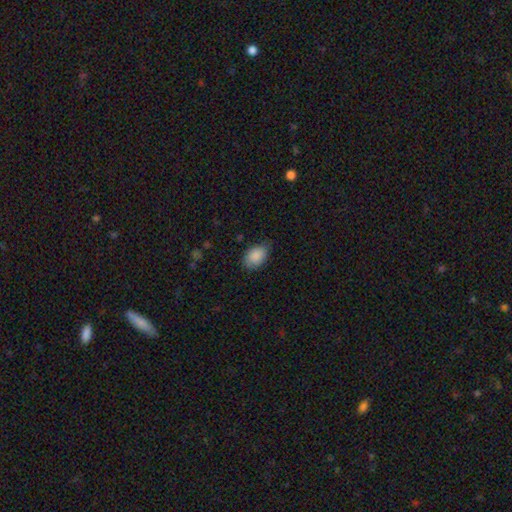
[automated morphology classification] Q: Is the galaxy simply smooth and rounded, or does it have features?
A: smooth — 88%.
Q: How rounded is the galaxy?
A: in between — 87%.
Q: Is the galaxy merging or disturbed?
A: none — 73%.